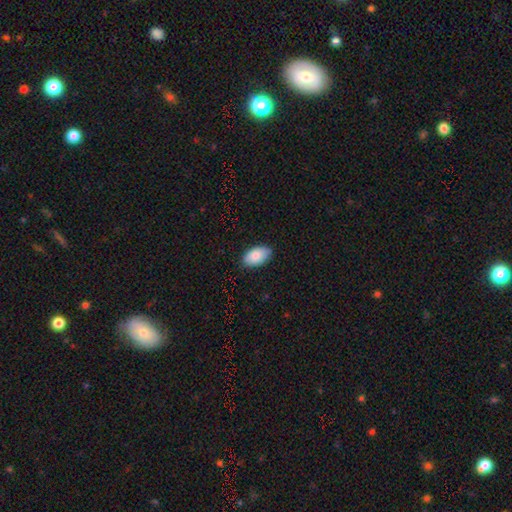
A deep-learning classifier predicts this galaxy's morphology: A smooth galaxy with no disk features (85%) that is in between round and cigar-shaped (95%). Merging: none (84%).